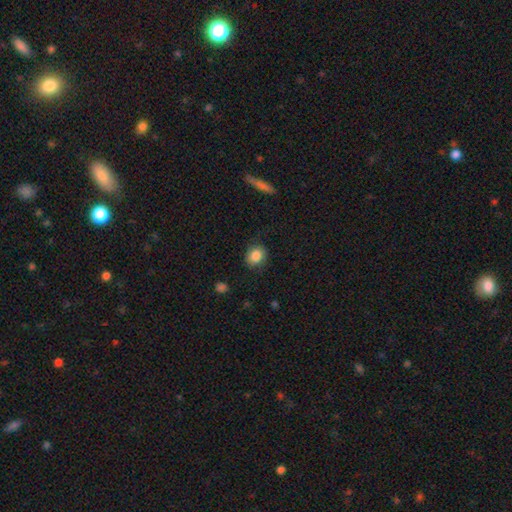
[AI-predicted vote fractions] This appears to be a smooth galaxy with no disk features (85%) that is round (60%). Merging: none (82%).